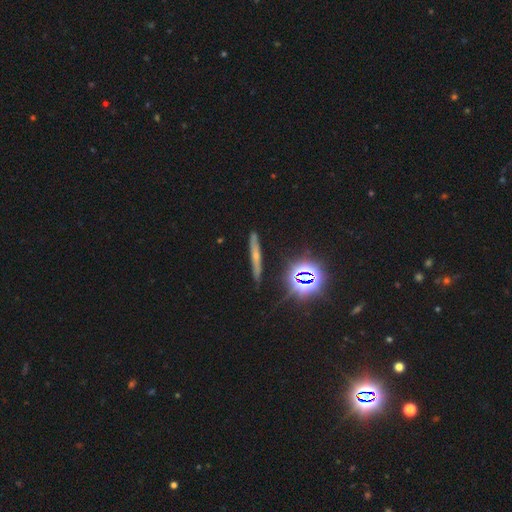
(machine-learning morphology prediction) This appears to be a featured or disk galaxy (40%). Merging: none (84%).